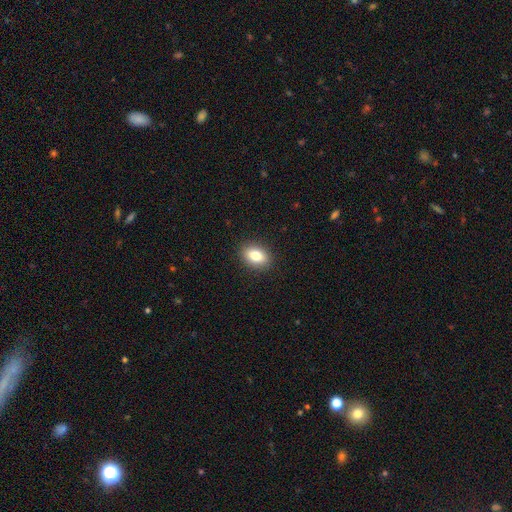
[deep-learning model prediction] This appears to be a smooth galaxy with no disk features (81%) that is in between round and cigar-shaped (81%). Merging: none (90%).